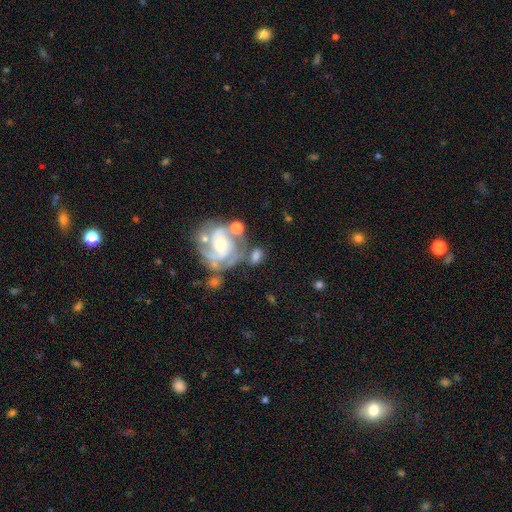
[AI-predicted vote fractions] This is possibly a featured or disk galaxy (59%). It is clearly not viewed edge-on (96%). Bar: possibly no (50%). Spiral arm pattern: clearly yes (85%). Central bulge: possibly moderate (49%). Merging: marginally none (42%).